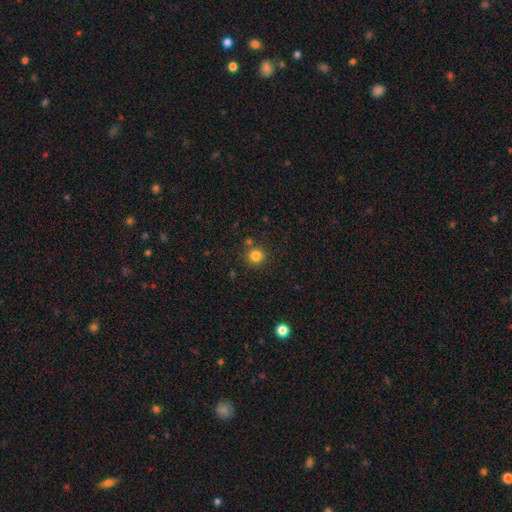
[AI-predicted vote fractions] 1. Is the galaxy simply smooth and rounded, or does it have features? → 82% smooth, 13% star or artifact, 5% featured or disk.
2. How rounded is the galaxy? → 94% round, 5% in between, 1% cigar-shaped.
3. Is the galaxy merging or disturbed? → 83% none, 7% minor disturbance, 7% merger, 3% major disturbance.